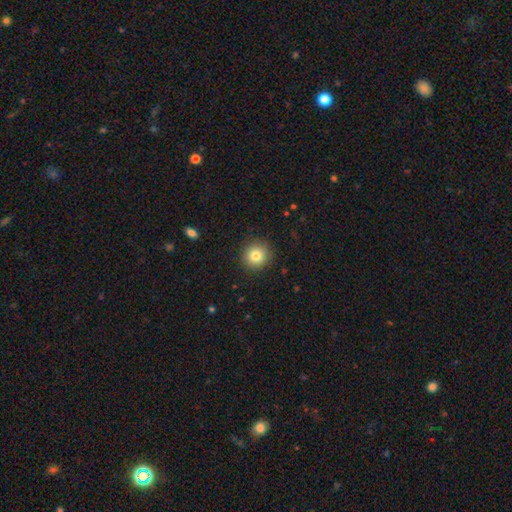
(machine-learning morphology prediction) type=smooth (82%); roundness=round (91%); merging=none (90%).